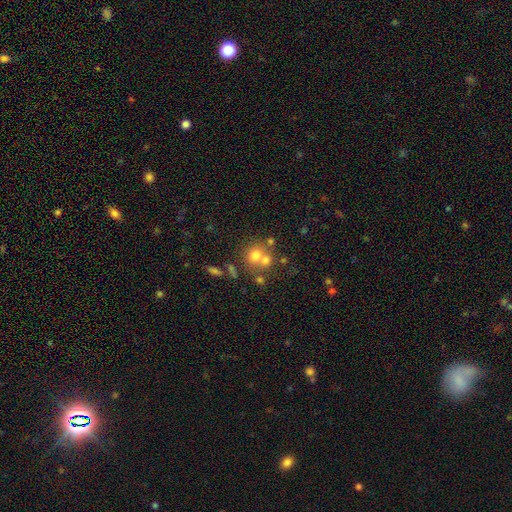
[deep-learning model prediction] Smooth or featured: smooth — 66% (featured or disk — 19%)
How rounded: round — 83% (in between — 16%)
Merging: none — 45% (merger — 43%)